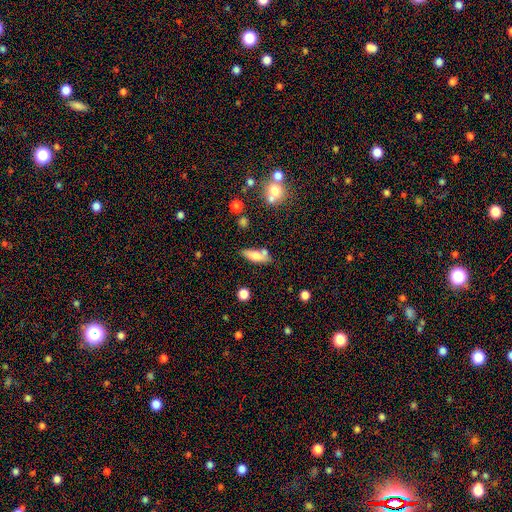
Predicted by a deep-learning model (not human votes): A smooth galaxy with no disk features (72%) that is in between round and cigar-shaped (62%). Merging: none (62%).